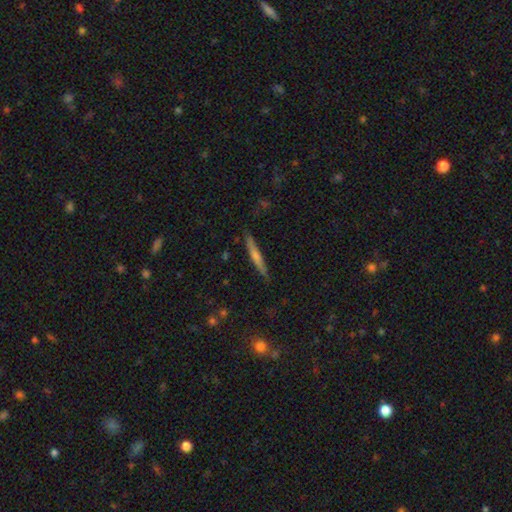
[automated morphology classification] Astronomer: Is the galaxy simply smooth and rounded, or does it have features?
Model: smooth — 47% (runner-up: featured or disk, 46%).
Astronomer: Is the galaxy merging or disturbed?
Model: none — 88%.